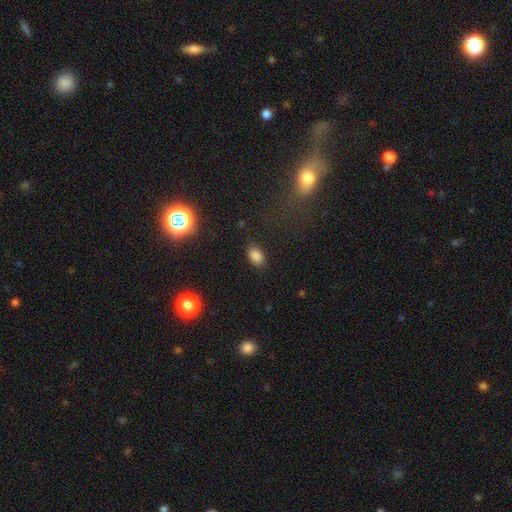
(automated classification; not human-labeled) Smooth or featured? Predicted: smooth (p=0.84). How rounded? Predicted: in between (p=0.89). Merging? Predicted: none (p=0.85).